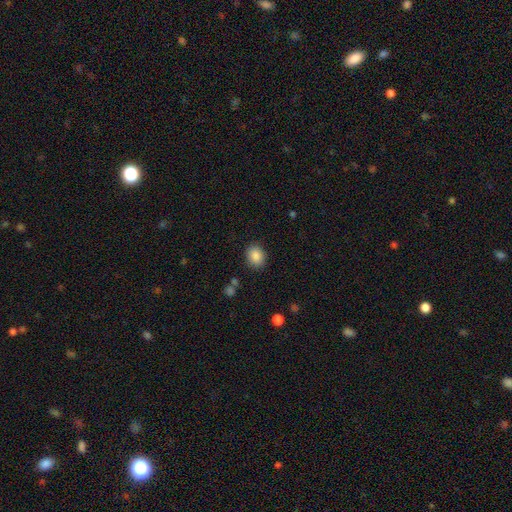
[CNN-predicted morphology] This appears to be a smooth galaxy with no disk features (87%) that is round (52%). Merging: none (86%).